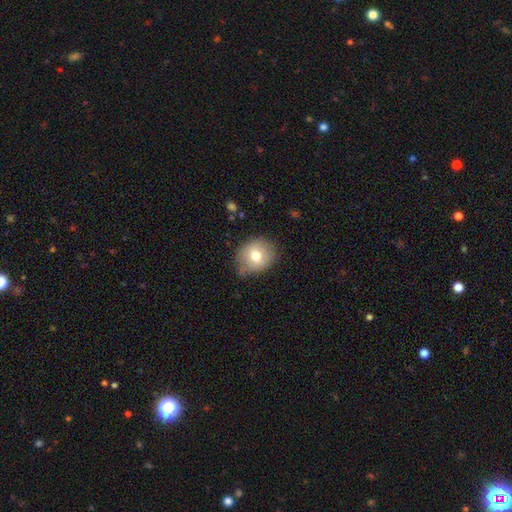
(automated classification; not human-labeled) Smooth or featured? Predicted: smooth (p=0.73). How rounded? Predicted: round (p=0.72). Merging? Predicted: none (p=0.70).